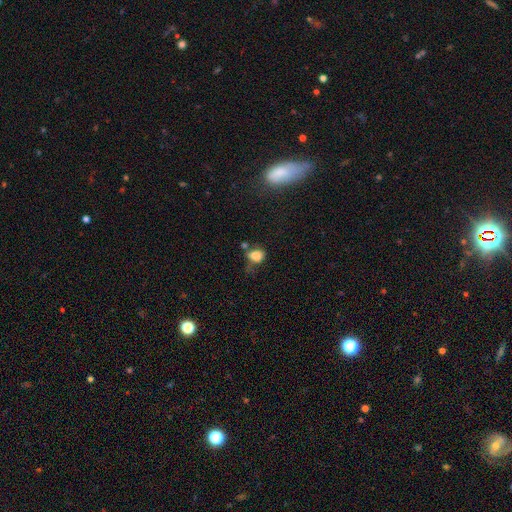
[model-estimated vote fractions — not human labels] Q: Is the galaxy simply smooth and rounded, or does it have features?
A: smooth — 76%.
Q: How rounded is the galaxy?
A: in between — 67%.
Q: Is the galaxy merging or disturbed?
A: none — 33%.